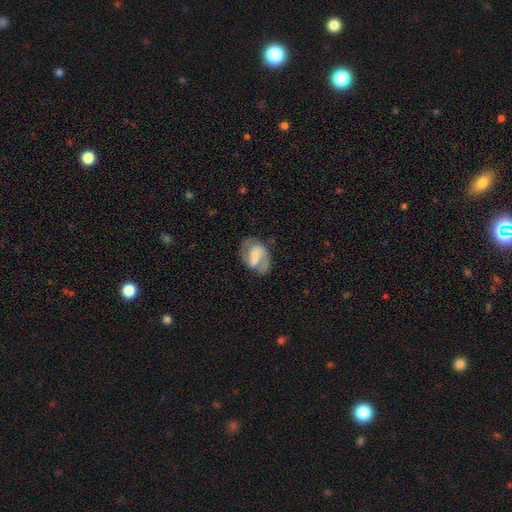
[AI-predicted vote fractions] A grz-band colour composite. It shows a featured or disk galaxy (63%) with a weak bar (39%), spiral arms (74%) and a small central bulge (46%). Merging: none (57%).